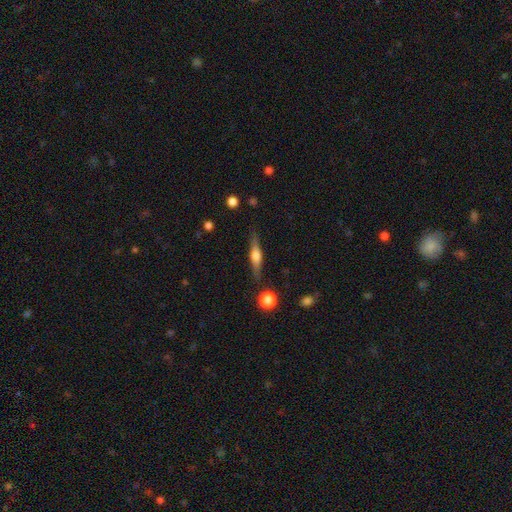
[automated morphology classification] featured or disk 58%, smooth 35%, star or artifact 7%. Down the decision tree: edge-on disk — yes (95%); edge-on bulge — rounded (84%); merging — none (83%).